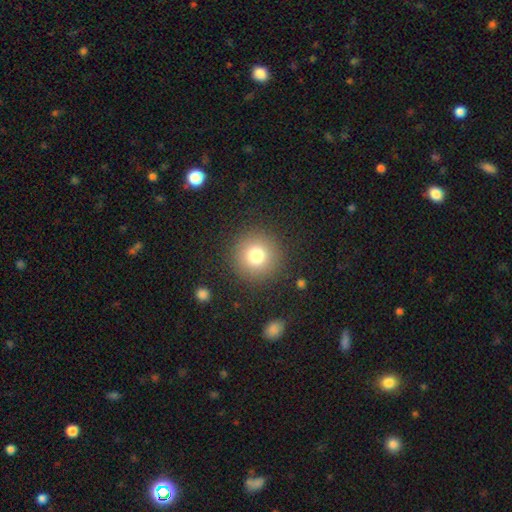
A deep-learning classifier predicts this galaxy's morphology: This is likely a smooth galaxy (78%). How rounded: clearly round (96%). Merging: clearly none (89%).